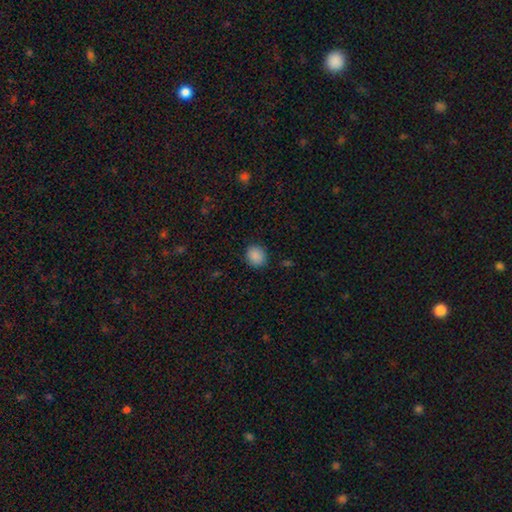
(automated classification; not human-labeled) Smooth or featured: smooth — 88% (star or artifact — 9%)
How rounded: round — 74% (in between — 25%)
Merging: none — 87% (minor disturbance — 9%)